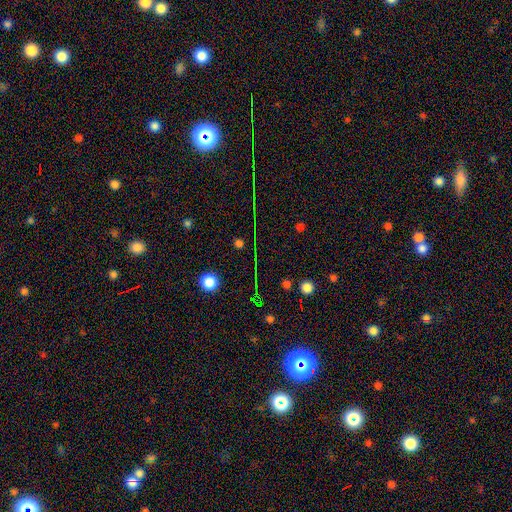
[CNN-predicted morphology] A star or artifact, not a galaxy (71%).

Vote fractions:
- Smooth or featured? star or artifact: 71% / smooth: 19% / featured or disk: 10%